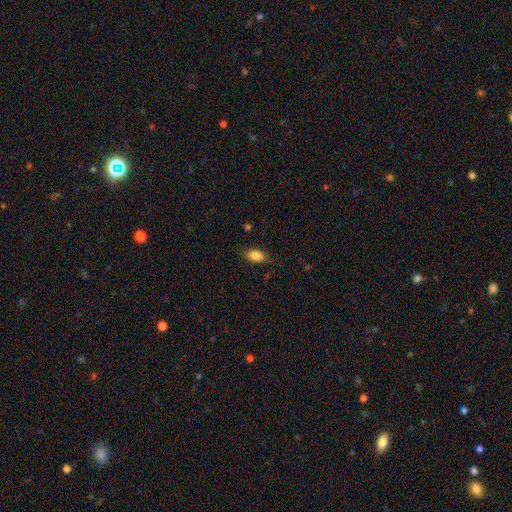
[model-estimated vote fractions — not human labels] Smooth or featured?
  - smooth: 85% *
  - star or artifact: 8%
  - featured or disk: 7%
How rounded?
  - in between: 89% *
  - round: 7%
  - cigar-shaped: 4%
Merging?
  - none: 81% *
  - minor disturbance: 14%
  - major disturbance: 3%
  - merger: 1%